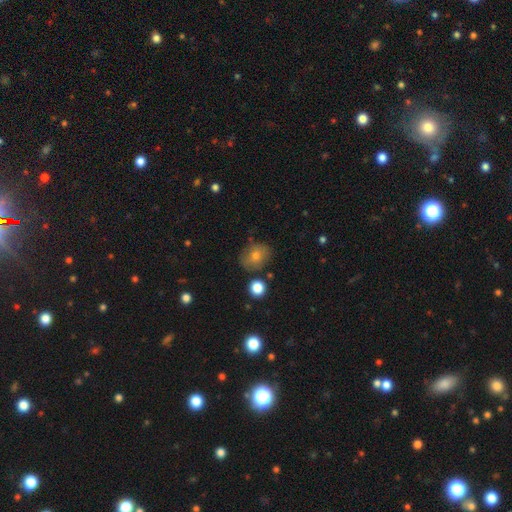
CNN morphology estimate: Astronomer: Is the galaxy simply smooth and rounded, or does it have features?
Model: smooth — 67%.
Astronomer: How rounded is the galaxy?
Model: round — 55% (runner-up: in between, 44%).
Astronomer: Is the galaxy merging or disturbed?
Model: none — 75%.